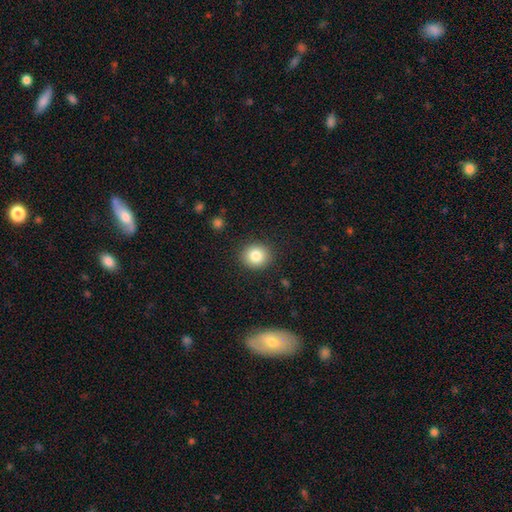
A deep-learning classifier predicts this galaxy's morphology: This appears to be a smooth galaxy with no disk features (83%) that is round (85%). Merging: none (90%).